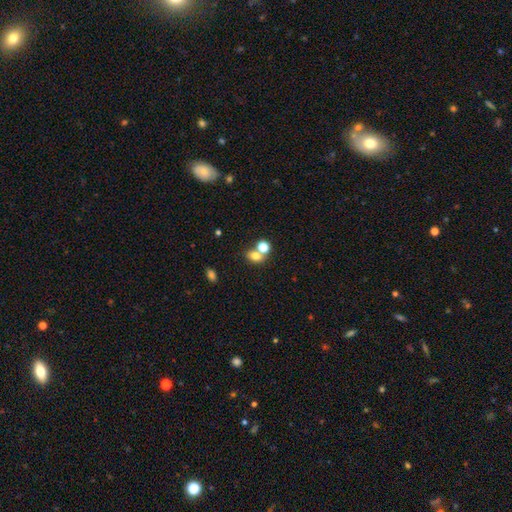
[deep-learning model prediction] This appears to be a smooth galaxy with no disk features (73%) that is in between round and cigar-shaped (50%). Merging: merger (45%).